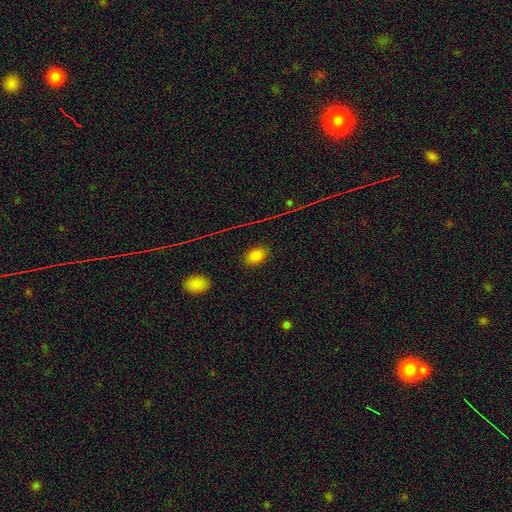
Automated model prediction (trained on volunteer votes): smooth_or_featured: smooth (p=0.78) [alt: star or artifact p=0.15]
how_rounded: in between (p=0.81) [alt: round p=0.18]
merging: none (p=0.86) [alt: minor disturbance p=0.10]